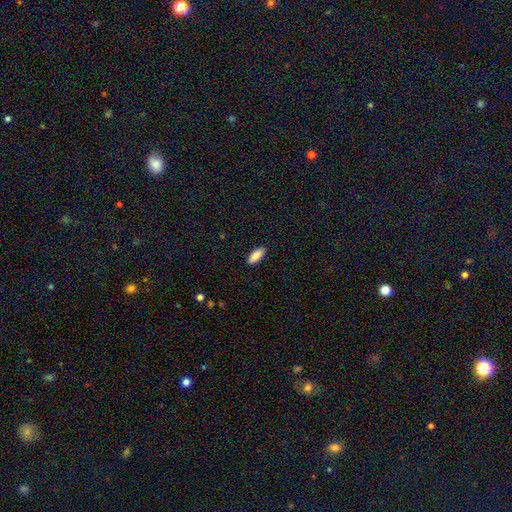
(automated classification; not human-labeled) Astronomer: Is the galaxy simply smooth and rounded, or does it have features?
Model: smooth — 88%.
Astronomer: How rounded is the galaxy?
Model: in between — 79%.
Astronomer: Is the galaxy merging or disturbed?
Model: none — 88%.